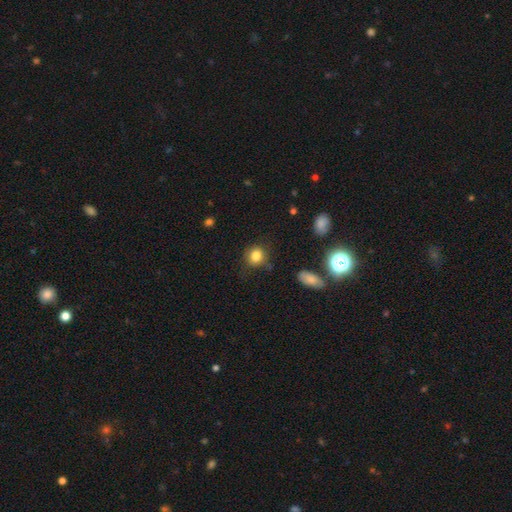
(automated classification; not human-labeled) Morphology: type=smooth (83%); roundness=round (77%); merging=none (79%).